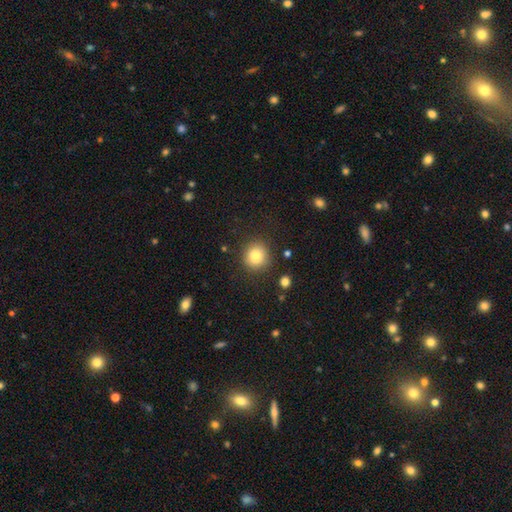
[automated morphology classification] type=smooth (81%); roundness=round (91%); merging=none (87%).